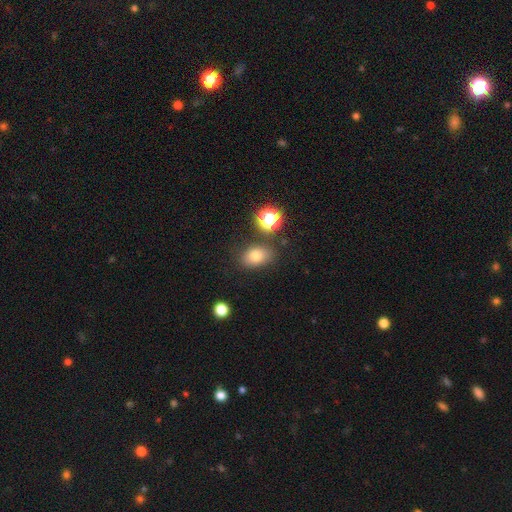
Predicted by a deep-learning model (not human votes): Smooth or featured? smooth (77%)
How rounded? in between (76%)
Merging? none (79%)